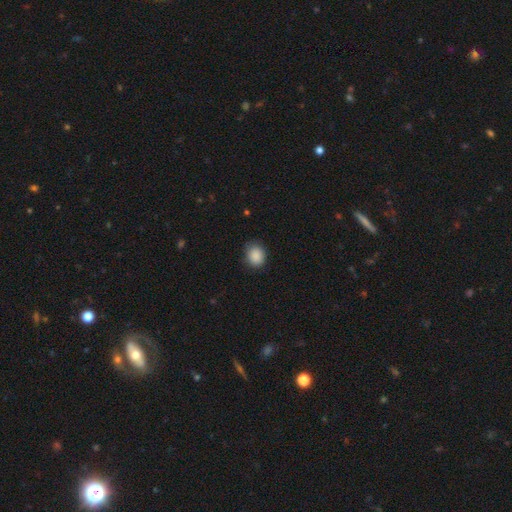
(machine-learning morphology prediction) smooth_or_featured: smooth (p=0.89) [alt: star or artifact p=0.08]
how_rounded: round (p=0.59) [alt: in between p=0.40]
merging: none (p=0.80) [alt: minor disturbance p=0.16]